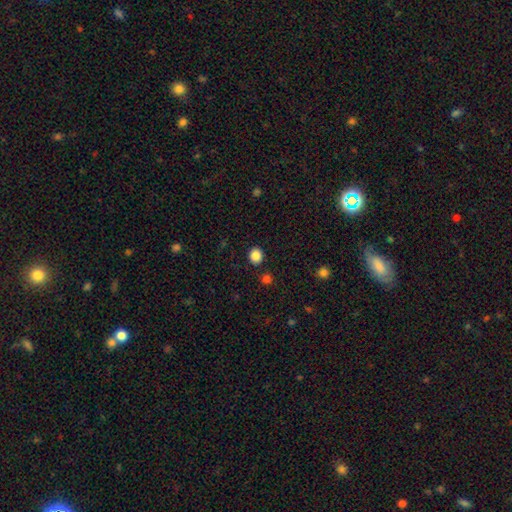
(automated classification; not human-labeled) smooth_or_featured: smooth (p=0.86) [alt: star or artifact p=0.10]
how_rounded: round (p=0.71) [alt: in between p=0.28]
merging: none (p=0.87) [alt: minor disturbance p=0.07]